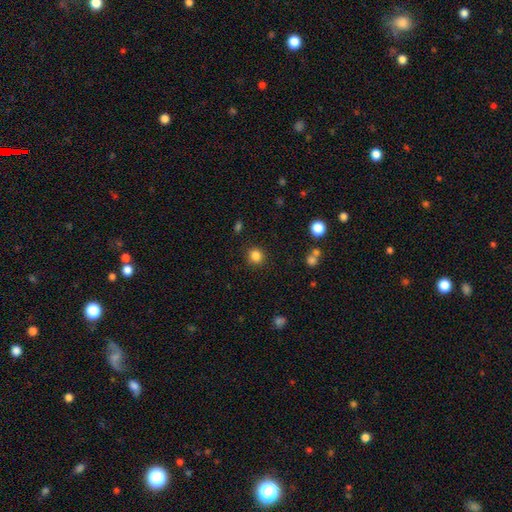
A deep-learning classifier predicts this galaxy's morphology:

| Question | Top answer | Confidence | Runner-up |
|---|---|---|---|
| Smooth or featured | smooth | 84% | star or artifact (12%) |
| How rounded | round | 88% | in between (11%) |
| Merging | none | 89% | minor disturbance (7%) |